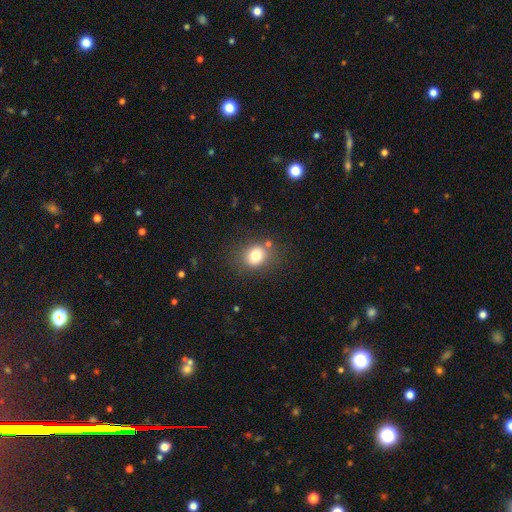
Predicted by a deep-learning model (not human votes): Smooth or featured? Predicted: smooth (p=0.78). How rounded? Predicted: round (p=0.65). Merging? Predicted: none (p=0.76).